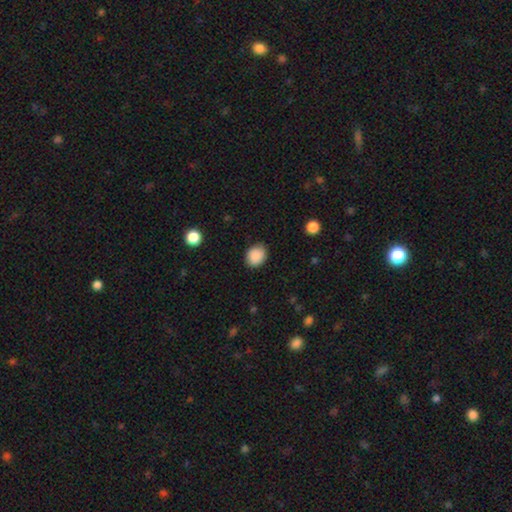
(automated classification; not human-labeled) Smooth or featured?
  - smooth: 89% *
  - star or artifact: 8%
  - featured or disk: 3%
How rounded?
  - round: 53% *
  - in between: 46%
  - cigar-shaped: 1%
Merging?
  - none: 84% *
  - minor disturbance: 12%
  - major disturbance: 3%
  - merger: 1%